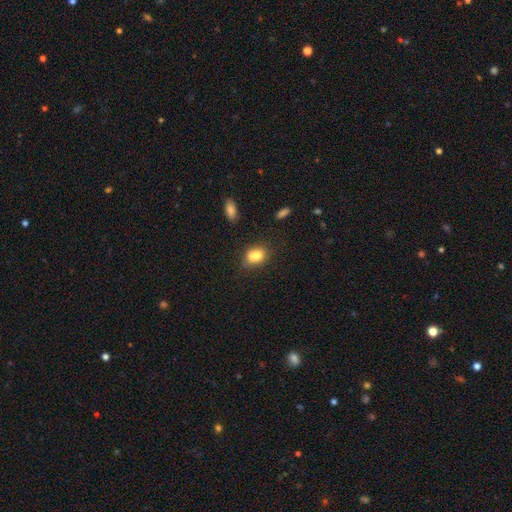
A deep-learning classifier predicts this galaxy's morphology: Q: Smooth or featured?
A: smooth (75%); runner-up: featured or disk (14%)
Q: How rounded?
A: in between (58%); runner-up: round (41%)
Q: Merging?
A: none (48%); runner-up: merger (30%)